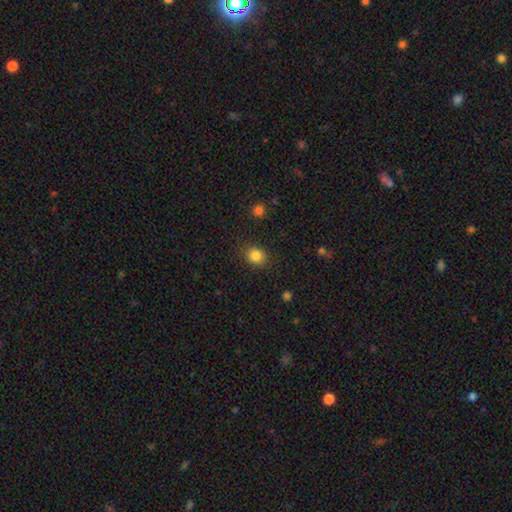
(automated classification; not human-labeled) smooth_or_featured: smooth (p=0.85) [alt: star or artifact p=0.11]
how_rounded: round (p=0.71) [alt: in between p=0.29]
merging: none (p=0.85) [alt: minor disturbance p=0.10]